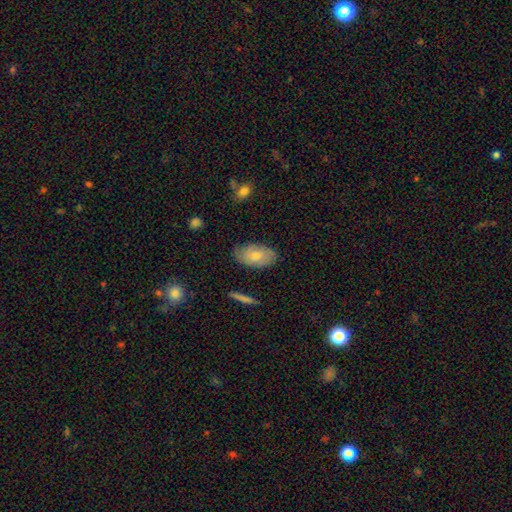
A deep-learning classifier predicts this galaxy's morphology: smooth_or_featured: smooth (p=0.69) [alt: featured or disk p=0.25]
how_rounded: in between (p=0.93) [alt: round p=0.05]
merging: none (p=0.77) [alt: minor disturbance p=0.18]